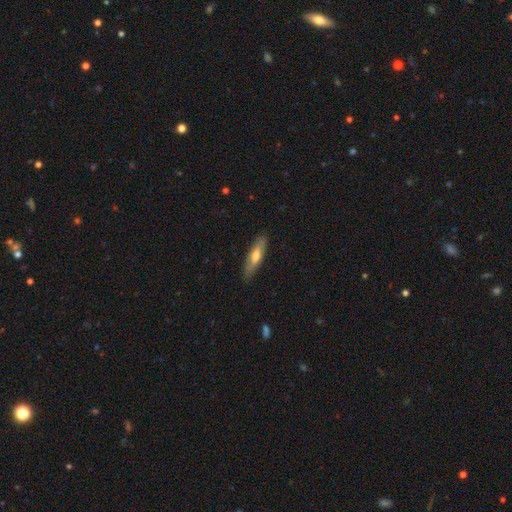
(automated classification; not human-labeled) smooth_or_featured: smooth (p=0.59) [alt: featured or disk p=0.35]
how_rounded: cigar-shaped (p=0.62) [alt: in between p=0.36]
merging: none (p=0.83) [alt: minor disturbance p=0.13]